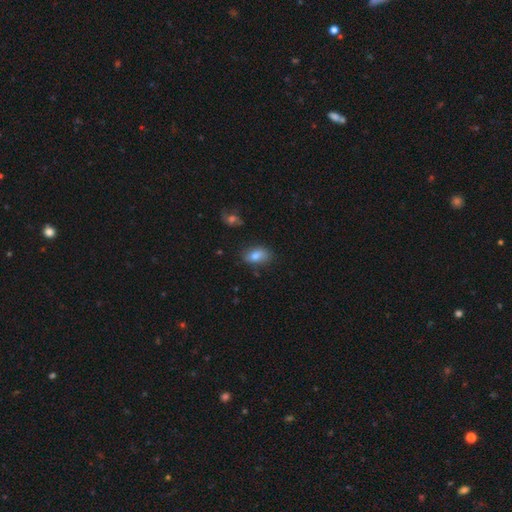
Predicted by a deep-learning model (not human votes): smooth-or-featured: smooth: 81% | featured or disk: 10% | star or artifact: 9%
  how-rounded: in between: 87% | round: 10% | cigar-shaped: 2%
  merging: none: 75% | minor disturbance: 18% | major disturbance: 4% | merger: 3%